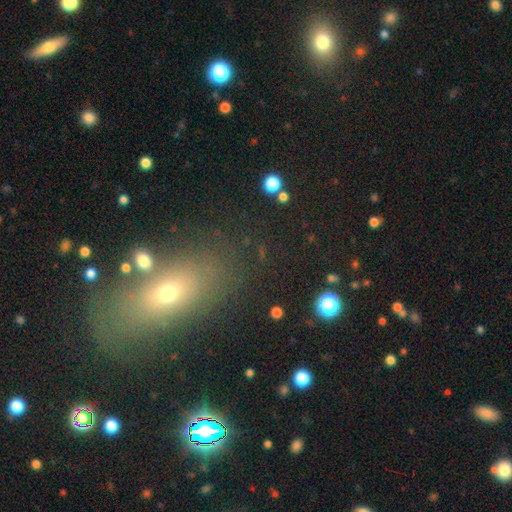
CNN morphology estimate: A smooth galaxy with no disk features (49%).

Vote fractions:
- Smooth or featured? smooth: 49% / star or artifact: 31% / featured or disk: 20%
- Merging? none: 78% / minor disturbance: 11% / major disturbance: 6% / merger: 5%